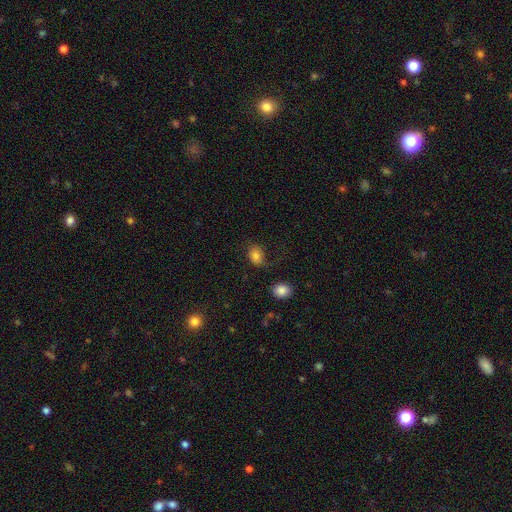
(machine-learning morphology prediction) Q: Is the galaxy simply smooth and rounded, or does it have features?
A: smooth — 76%.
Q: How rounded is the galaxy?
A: in between — 66%.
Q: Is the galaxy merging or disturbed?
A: none — 56%.